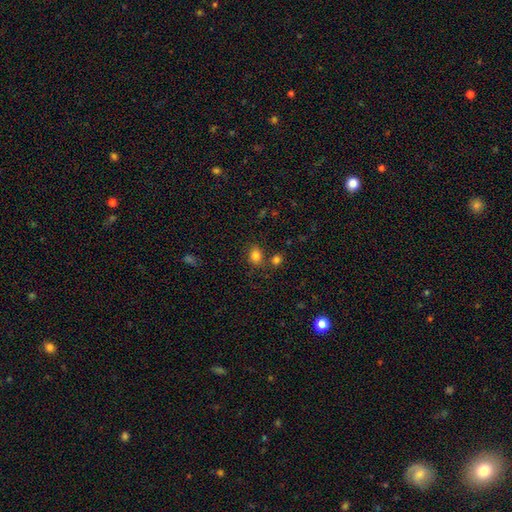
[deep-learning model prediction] Smooth or featured?
  - smooth: 82% *
  - star or artifact: 12%
  - featured or disk: 6%
How rounded?
  - in between: 50% *
  - round: 49%
  - cigar-shaped: 1%
Merging?
  - none: 69% *
  - merger: 14%
  - minor disturbance: 13%
  - major disturbance: 4%